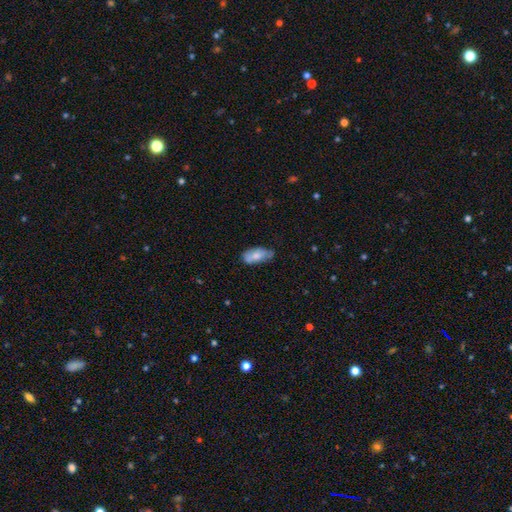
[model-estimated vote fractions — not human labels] Overall: smooth (67%). How rounded: in between (90%). Merging: none (58%; minor disturbance 32%).